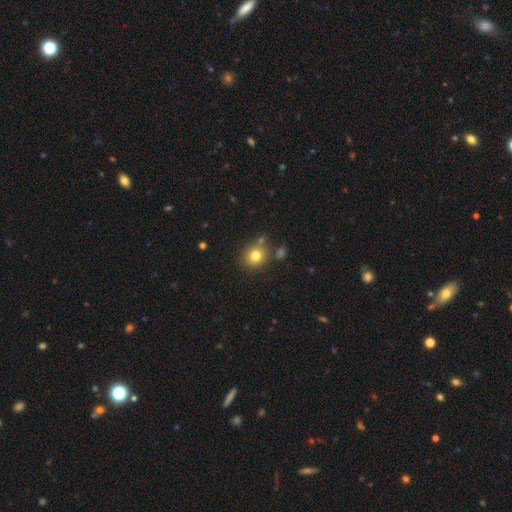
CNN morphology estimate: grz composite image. It shows a smooth galaxy with no disk features (80%) that is round (82%). Merging: none (77%).